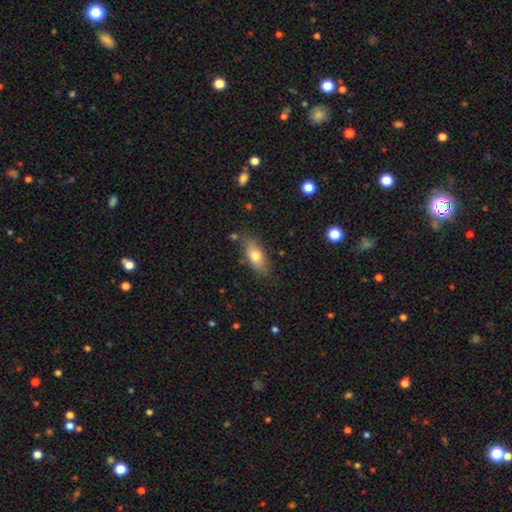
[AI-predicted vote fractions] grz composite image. It shows a smooth galaxy with no disk features (74%) that is in between round and cigar-shaped (82%). Merging: none (78%).